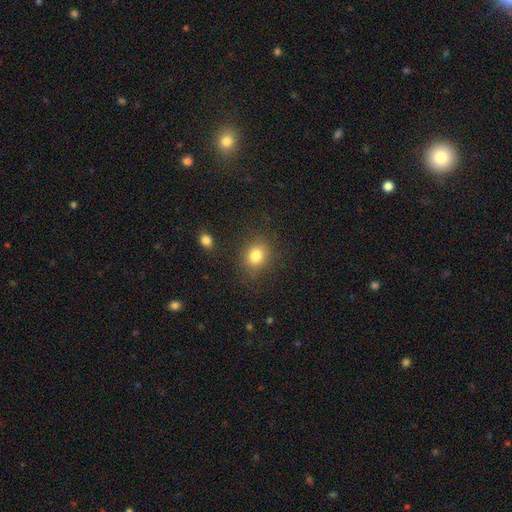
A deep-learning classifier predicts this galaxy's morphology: smooth_or_featured: smooth (p=0.82) [alt: star or artifact p=0.11]
how_rounded: round (p=0.65) [alt: in between p=0.34]
merging: none (p=0.83) [alt: minor disturbance p=0.11]